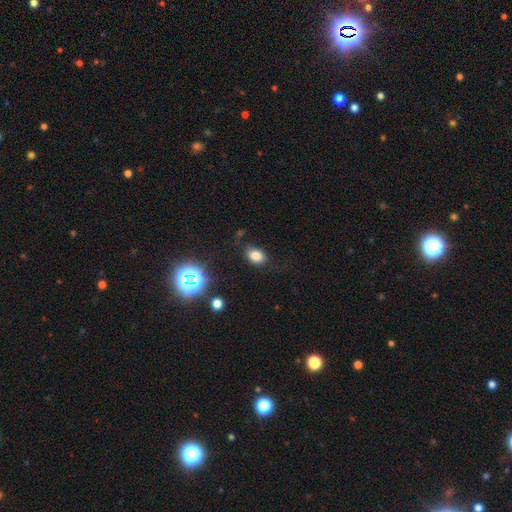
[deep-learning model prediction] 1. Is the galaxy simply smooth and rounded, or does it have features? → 78% smooth, 15% star or artifact, 7% featured or disk.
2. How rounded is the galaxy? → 76% in between, 23% round, 1% cigar-shaped.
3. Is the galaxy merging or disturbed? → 78% none, 14% minor disturbance, 5% major disturbance, 2% merger.